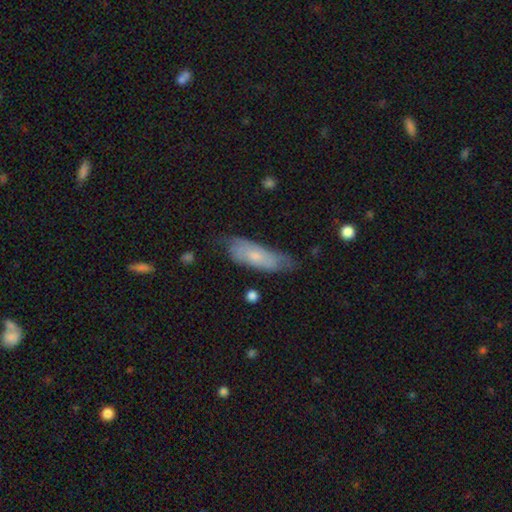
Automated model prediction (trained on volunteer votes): smooth-or-featured: smooth: 62% | featured or disk: 32% | star or artifact: 6%
  how-rounded: in between: 60% | cigar-shaped: 38% | round: 2%
  merging: none: 57% | minor disturbance: 32% | major disturbance: 9% | merger: 2%